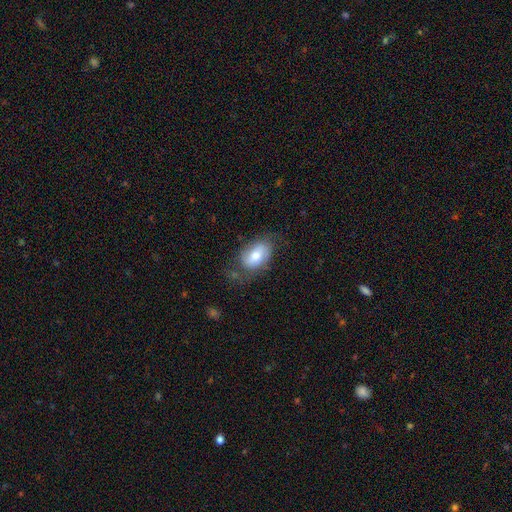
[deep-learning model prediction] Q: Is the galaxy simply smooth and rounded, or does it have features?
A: smooth — 67%.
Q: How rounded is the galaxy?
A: in between — 89%.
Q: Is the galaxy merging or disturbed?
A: none — 60%.